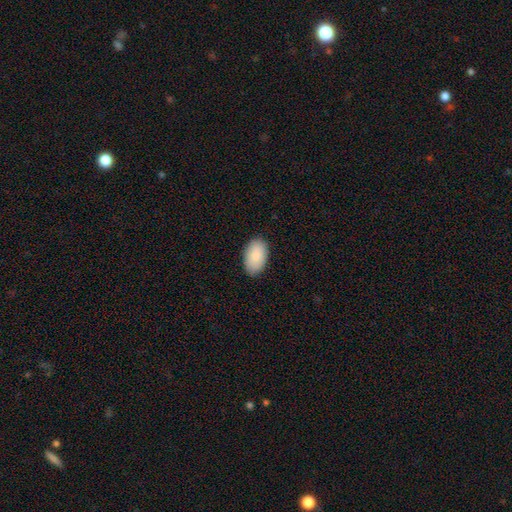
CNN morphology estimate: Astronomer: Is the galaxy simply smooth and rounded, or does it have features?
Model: smooth — 88%.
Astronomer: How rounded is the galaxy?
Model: in between — 95%.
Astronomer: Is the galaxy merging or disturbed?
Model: none — 87%.